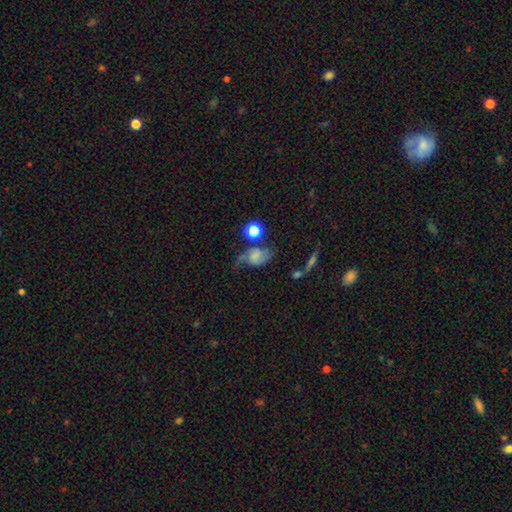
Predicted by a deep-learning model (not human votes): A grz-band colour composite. It shows a featured or disk galaxy (45%). Merging: none (43%).